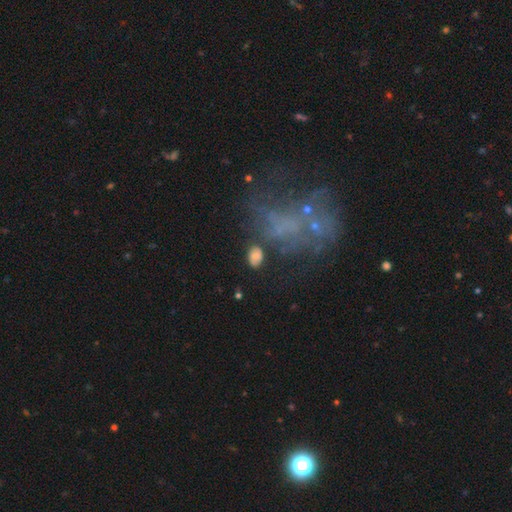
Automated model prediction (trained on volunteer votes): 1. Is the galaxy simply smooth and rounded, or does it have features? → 44% smooth, 33% featured or disk, 23% star or artifact.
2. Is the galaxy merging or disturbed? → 48% none, 23% major disturbance, 18% minor disturbance, 11% merger.